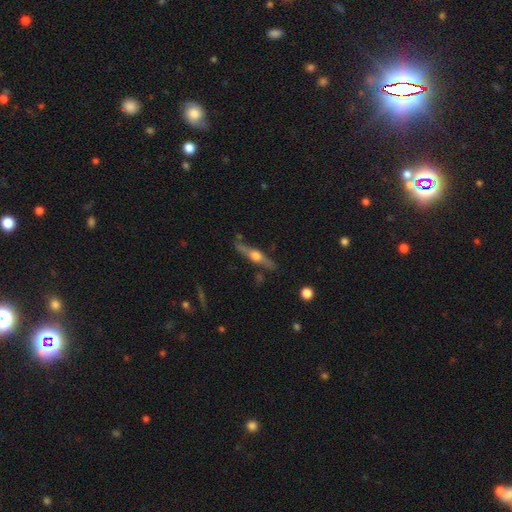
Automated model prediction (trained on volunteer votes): Overall: featured or disk (72%). Edge-on disk: yes (95%). Edge-on bulge: rounded (95%). Merging: none (82%).